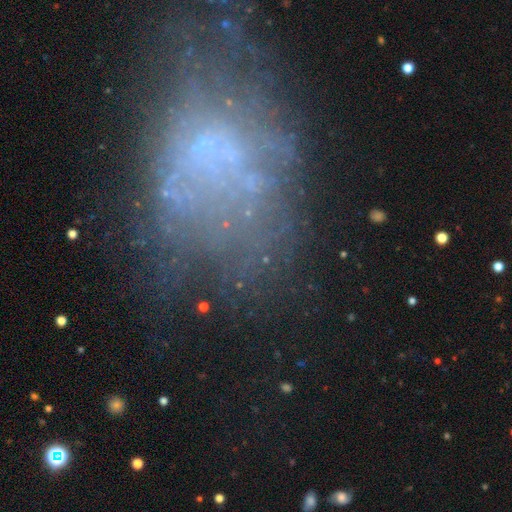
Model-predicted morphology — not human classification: smooth_or_featured: featured or disk (p=0.44) [alt: smooth p=0.29]
merging: none (p=0.36) [alt: major disturbance p=0.34]